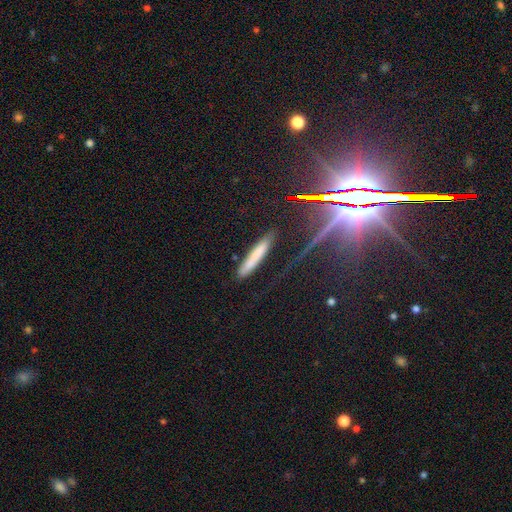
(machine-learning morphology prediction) Smooth or featured? smooth (67%)
How rounded? cigar-shaped (92%)
Merging? none (78%)